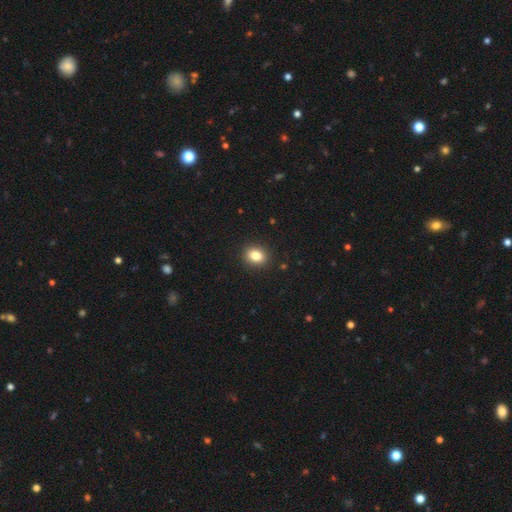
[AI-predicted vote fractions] Smooth or featured? smooth (82%)
How rounded? round (58%)
Merging? none (91%)